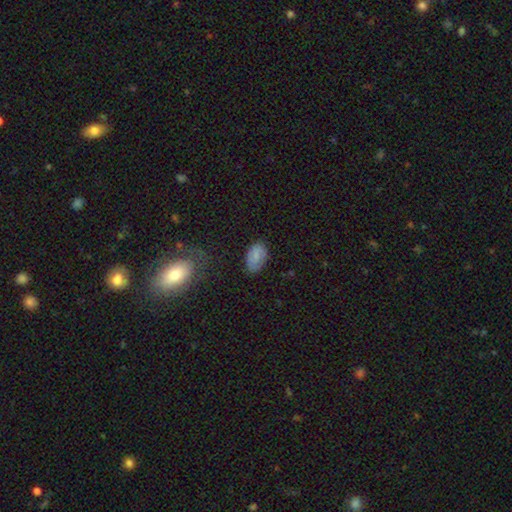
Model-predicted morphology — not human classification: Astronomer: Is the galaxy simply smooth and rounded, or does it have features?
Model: smooth — 75%.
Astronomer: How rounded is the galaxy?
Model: in between — 91%.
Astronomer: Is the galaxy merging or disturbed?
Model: none — 73%.